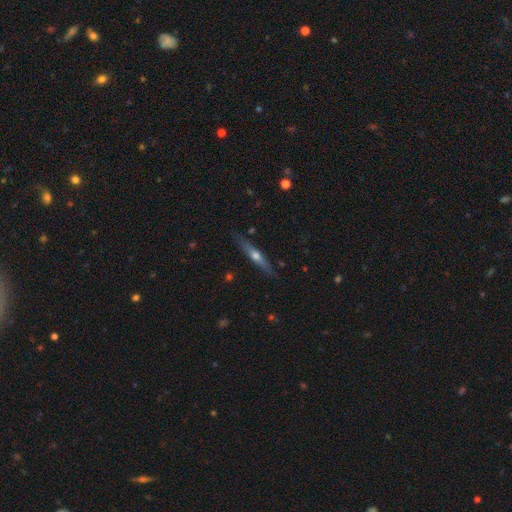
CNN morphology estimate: A featured or disk galaxy (56%) viewed edge-on (93%) with a rounded central bulge (87%). Merging: none (83%).